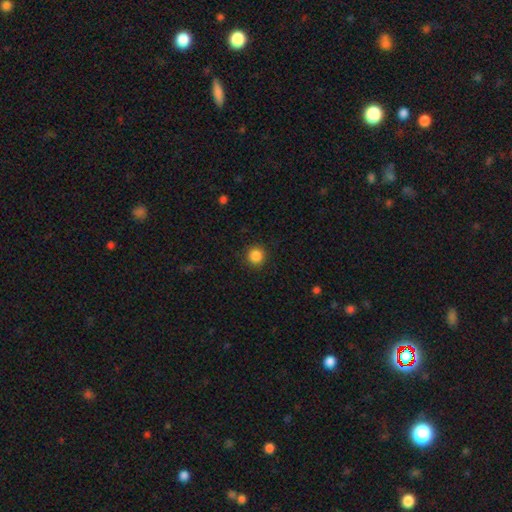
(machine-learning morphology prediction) Q: Smooth or featured?
A: smooth (87%); runner-up: star or artifact (10%)
Q: How rounded?
A: round (93%); runner-up: in between (6%)
Q: Merging?
A: none (91%); runner-up: minor disturbance (6%)